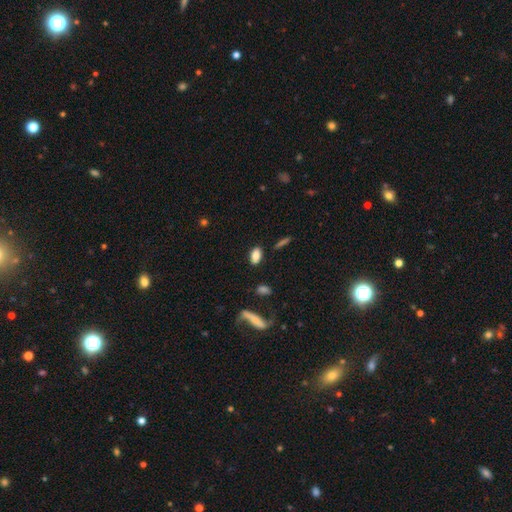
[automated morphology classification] Smooth or featured? smooth (83%)
How rounded? in between (89%)
Merging? none (84%)